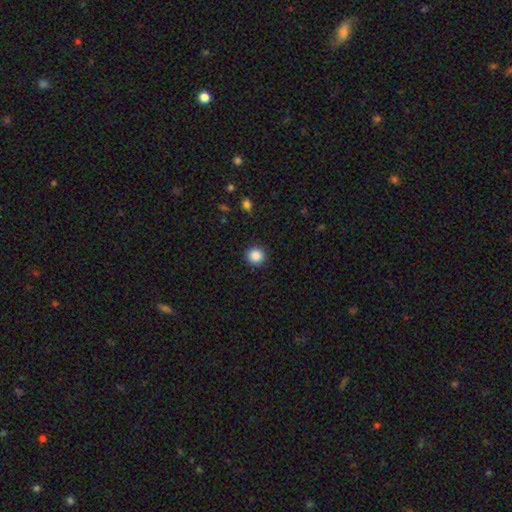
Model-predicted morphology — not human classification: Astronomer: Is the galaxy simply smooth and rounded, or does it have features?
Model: smooth — 87%.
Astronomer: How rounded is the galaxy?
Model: round — 93%.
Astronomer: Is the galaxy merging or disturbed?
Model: none — 91%.